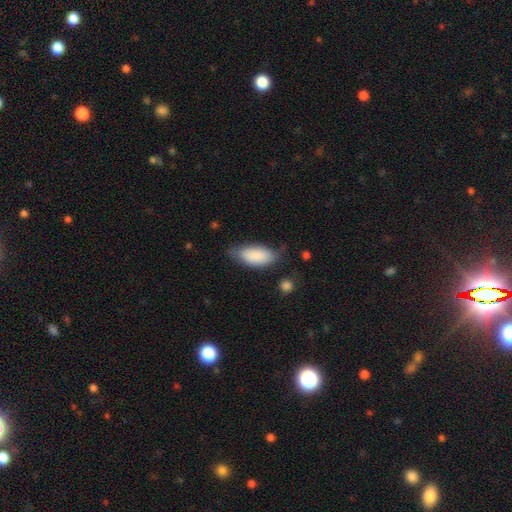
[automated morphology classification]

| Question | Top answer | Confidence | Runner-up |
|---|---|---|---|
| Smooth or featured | smooth | 86% | featured or disk (8%) |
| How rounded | in between | 89% | cigar-shaped (9%) |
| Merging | none | 63% | minor disturbance (28%) |